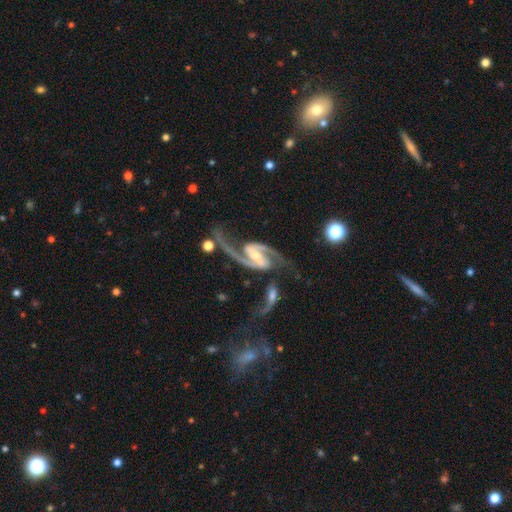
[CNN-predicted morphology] featured or disk 94%, star or artifact 4%, smooth 2%. Down the decision tree: edge-on disk — no (97%); bar — strong (54%); spiral arms — yes (98%); spiral arm count — 2 (94%); spiral winding — medium (48%); bulge size — small (45%); merging — none (50%).